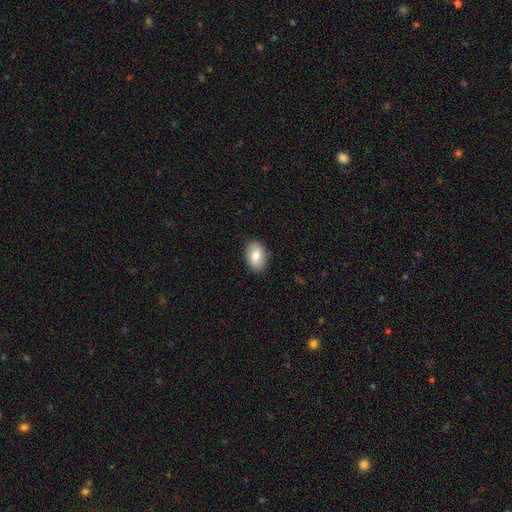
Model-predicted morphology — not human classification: Smooth or featured: smooth — 81% (featured or disk — 13%)
How rounded: in between — 87% (round — 12%)
Merging: none — 88% (minor disturbance — 9%)